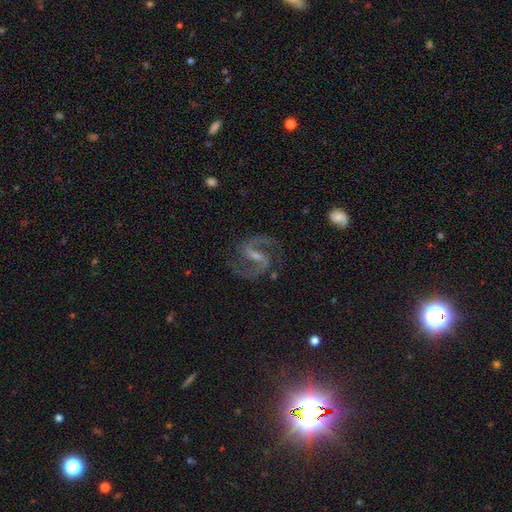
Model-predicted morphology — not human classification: Smooth or featured?
  - featured or disk: 92% *
  - star or artifact: 5%
  - smooth: 3%
Edge-on disk?
  - no: 98% *
  - yes: 2%
Bar?
  - strong: 45% *
  - weak: 42%
  - no: 13%
Spiral arms?
  - yes: 98% *
  - no: 2%
Spiral winding?
  - medium: 67% *
  - loose: 21%
  - tight: 13%
Spiral arm count?
  - 2: 95% *
  - can't tell: 1%
  - 3: 1%
  - 1: 1%
  - 4: 1%
  - more than 4: 1%
Bulge size?
  - small: 60% *
  - moderate: 31%
  - none: 7%
  - large: 2%
  - dominant: 1%
Merging?
  - none: 83% *
  - minor disturbance: 11%
  - major disturbance: 5%
  - merger: 1%